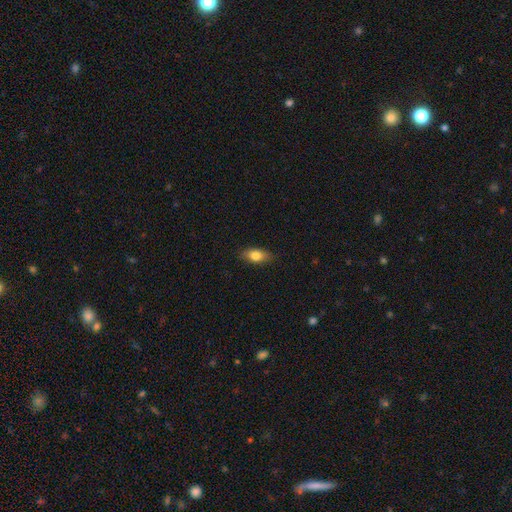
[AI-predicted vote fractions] This is likely a smooth galaxy (80%). How rounded: clearly in between (84%). Merging: clearly none (83%).